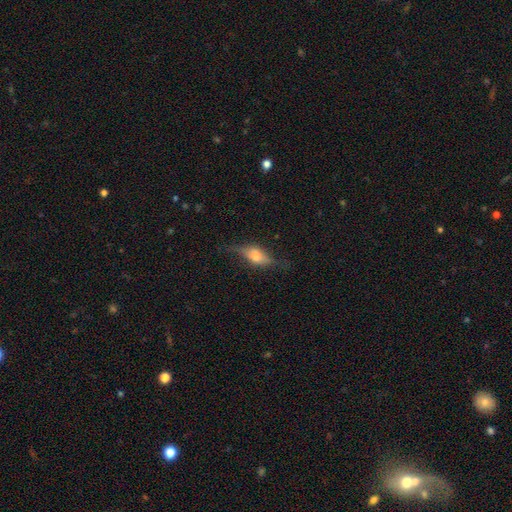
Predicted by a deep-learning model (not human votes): Smooth or featured?
  - featured or disk: 55% *
  - smooth: 37%
  - star or artifact: 8%
Edge-on disk?
  - yes: 82% *
  - no: 18%
Merging?
  - none: 66% *
  - minor disturbance: 22%
  - major disturbance: 10%
  - merger: 1%